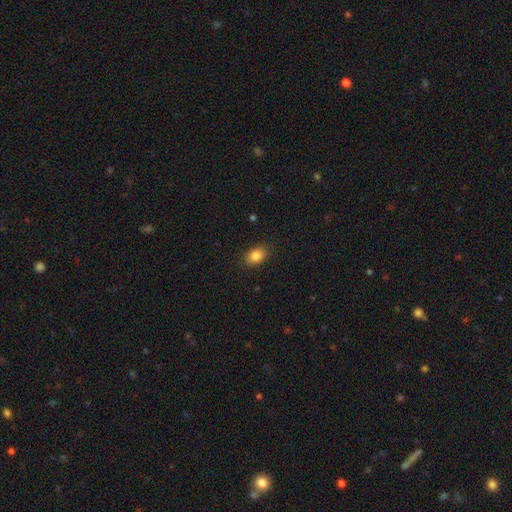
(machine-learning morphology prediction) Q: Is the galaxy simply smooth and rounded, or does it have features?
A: smooth — 85%.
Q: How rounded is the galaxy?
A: in between — 74%.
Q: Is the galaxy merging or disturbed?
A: none — 87%.